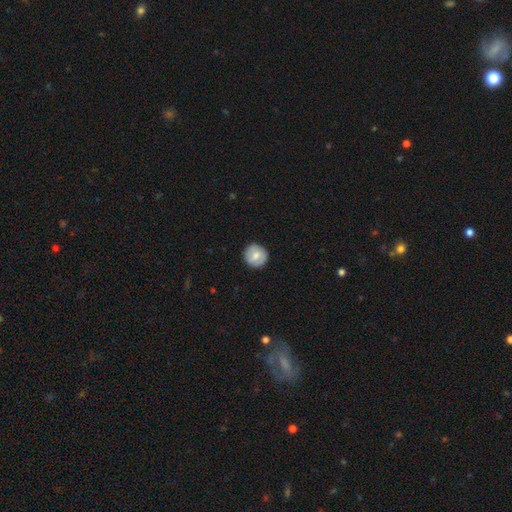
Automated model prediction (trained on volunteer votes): Smooth or featured?
  - smooth: 66% *
  - featured or disk: 27%
  - star or artifact: 7%
How rounded?
  - round: 93% *
  - in between: 6%
  - cigar-shaped: 1%
Merging?
  - none: 89% *
  - minor disturbance: 8%
  - major disturbance: 2%
  - merger: 1%